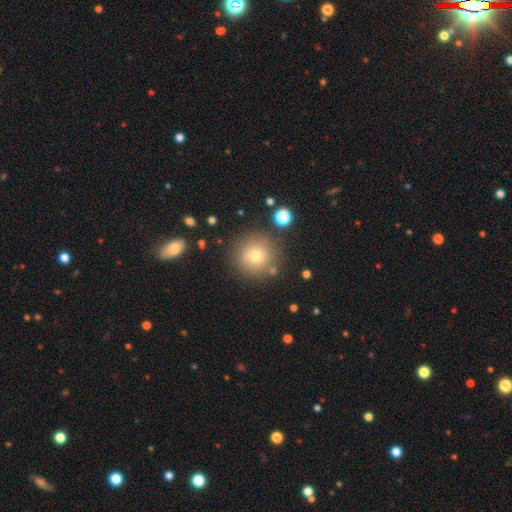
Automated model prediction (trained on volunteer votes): Smooth or featured?
  - smooth: 72% *
  - star or artifact: 15%
  - featured or disk: 13%
How rounded?
  - round: 94% *
  - in between: 5%
  - cigar-shaped: 1%
Merging?
  - none: 83% *
  - minor disturbance: 9%
  - merger: 5%
  - major disturbance: 3%